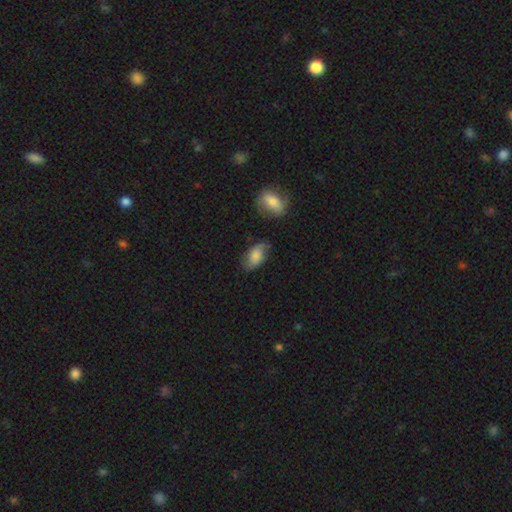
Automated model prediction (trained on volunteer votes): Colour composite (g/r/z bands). It shows a smooth galaxy with no disk features (69%) that is in between round and cigar-shaped (91%). Merging: none (60%).